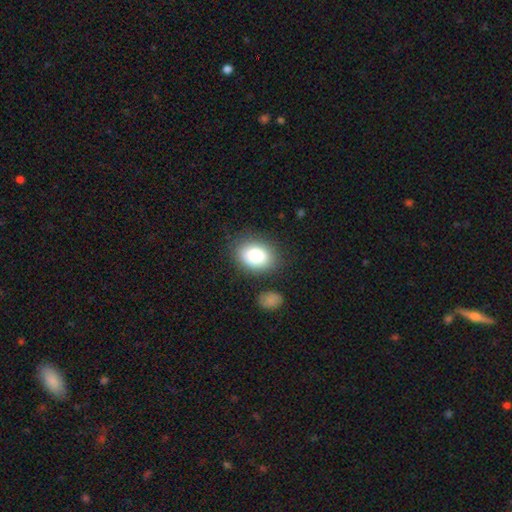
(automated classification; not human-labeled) Smooth or featured: smooth — 82% (featured or disk — 10%)
How rounded: in between — 70% (round — 29%)
Merging: none — 80% (minor disturbance — 12%)